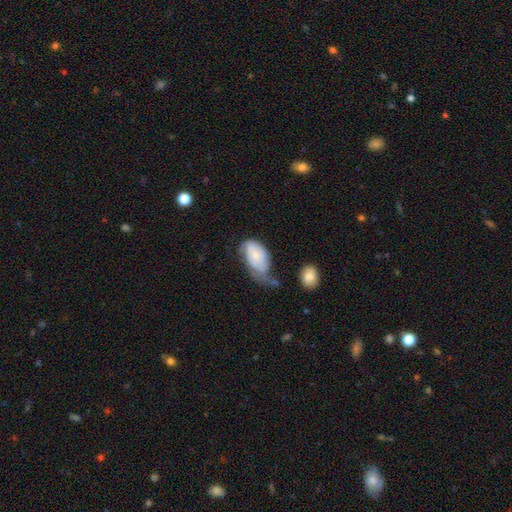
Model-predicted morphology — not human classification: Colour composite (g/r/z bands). It shows a smooth galaxy with no disk features (58%) that is in between round and cigar-shaped (92%). Merging: major disturbance (40%).